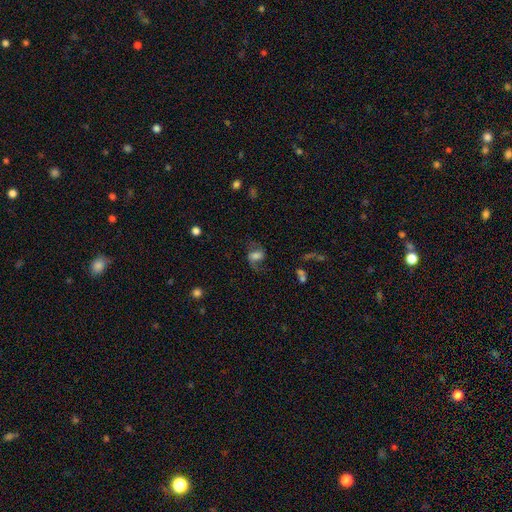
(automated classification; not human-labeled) A featured or disk galaxy (56%) with a weak bar (43%), spiral arms (87%) and a moderate central bulge (40%). Merging: none (62%).